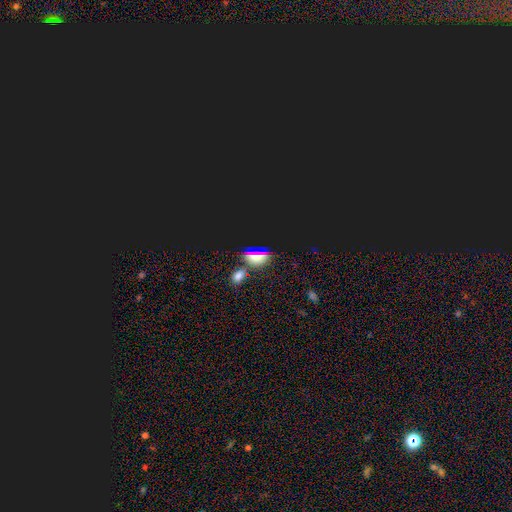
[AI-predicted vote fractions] Smooth or featured? Predicted: star or artifact (p=0.51).